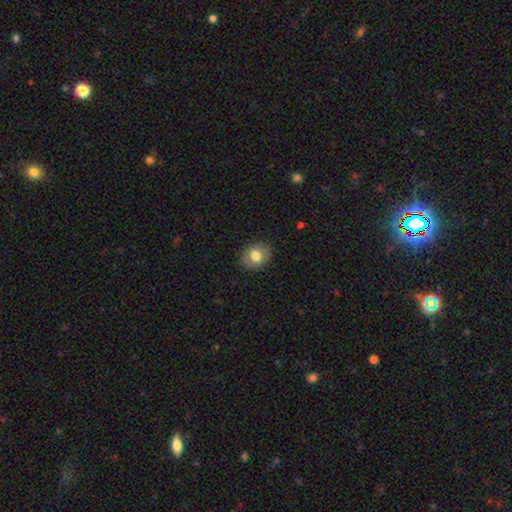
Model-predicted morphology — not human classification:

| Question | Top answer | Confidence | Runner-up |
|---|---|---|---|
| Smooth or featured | smooth | 78% | featured or disk (14%) |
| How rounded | round | 53% | in between (46%) |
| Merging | none | 85% | minor disturbance (11%) |